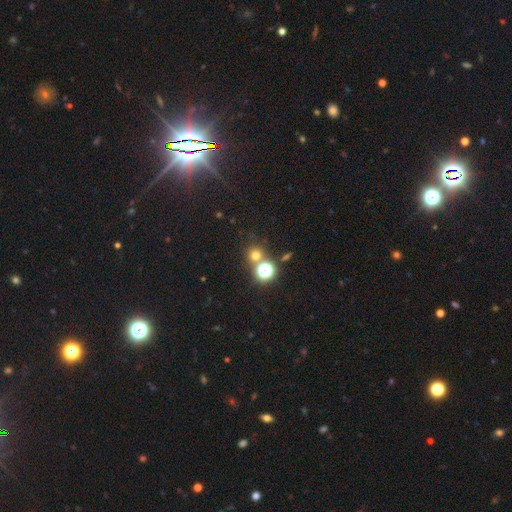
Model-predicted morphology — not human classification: Smooth or featured?
  - smooth: 63% *
  - star or artifact: 30%
  - featured or disk: 7%
How rounded?
  - round: 91% *
  - in between: 8%
  - cigar-shaped: 1%
Merging?
  - none: 72% *
  - merger: 18%
  - minor disturbance: 7%
  - major disturbance: 3%